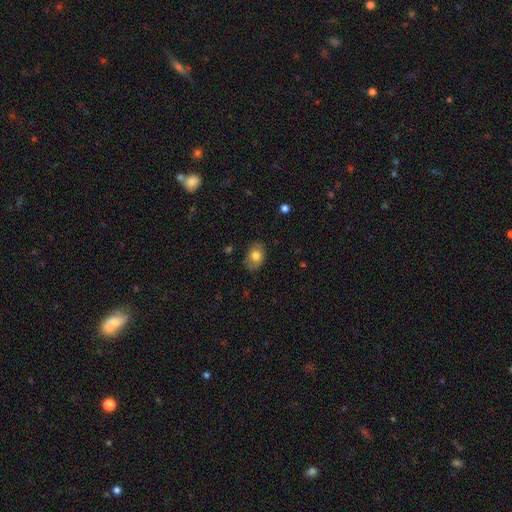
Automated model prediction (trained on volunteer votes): Smooth or featured?
  - smooth: 78% *
  - featured or disk: 13%
  - star or artifact: 8%
How rounded?
  - in between: 73% *
  - round: 26%
  - cigar-shaped: 1%
Merging?
  - none: 82% *
  - minor disturbance: 14%
  - major disturbance: 3%
  - merger: 1%